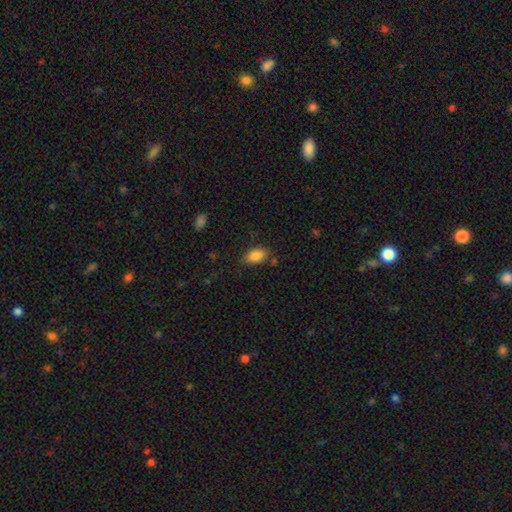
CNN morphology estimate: Smooth or featured?
  - smooth: 86% *
  - star or artifact: 8%
  - featured or disk: 7%
How rounded?
  - in between: 90% *
  - round: 7%
  - cigar-shaped: 2%
Merging?
  - none: 76% *
  - minor disturbance: 17%
  - major disturbance: 4%
  - merger: 3%